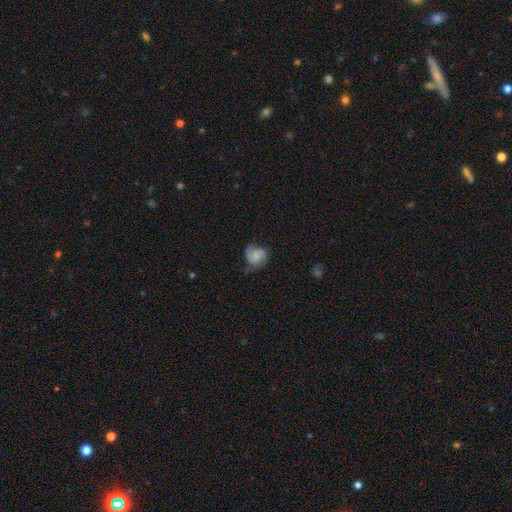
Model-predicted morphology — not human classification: featured or disk 49%, smooth 42%, star or artifact 8%. Down the decision tree: merging — none (54%).